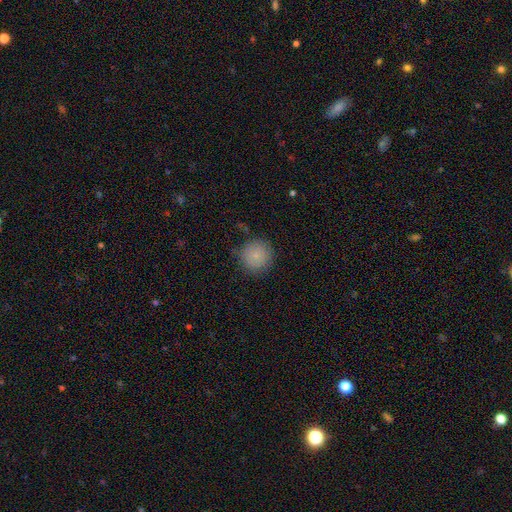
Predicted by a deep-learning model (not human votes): A smooth galaxy with no disk features (83%) that is round (94%).

Vote fractions:
- Smooth or featured? smooth: 83% / star or artifact: 9% / featured or disk: 8%
- How rounded? round: 94% / in between: 5% / cigar-shaped: 1%
- Merging? none: 83% / minor disturbance: 12% / major disturbance: 3% / merger: 1%